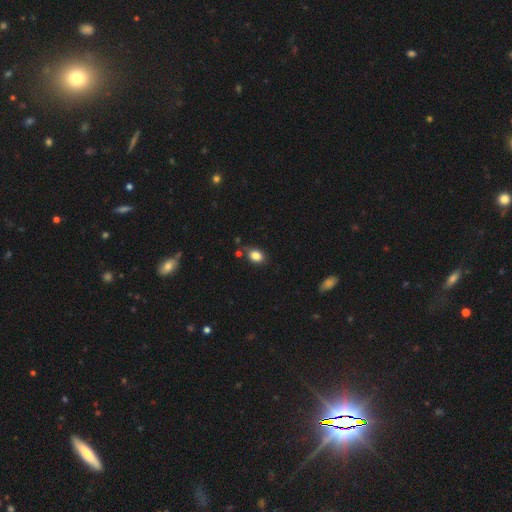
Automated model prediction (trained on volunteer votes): A smooth galaxy with no disk features (84%) that is in between round and cigar-shaped (70%). Merging: none (74%).